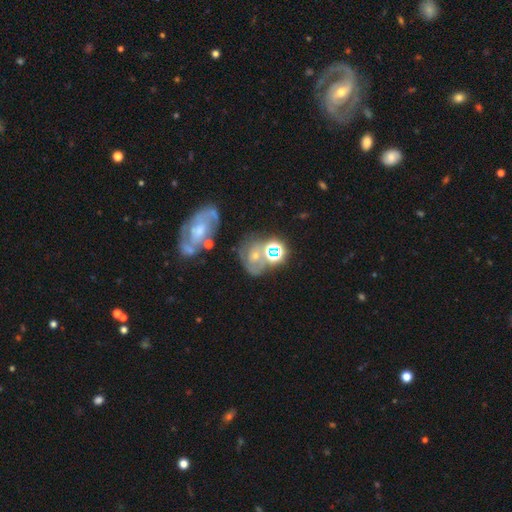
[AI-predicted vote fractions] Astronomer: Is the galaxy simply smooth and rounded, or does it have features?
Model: featured or disk — 41% (runner-up: smooth, 31%).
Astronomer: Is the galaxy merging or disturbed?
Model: none — 54%.